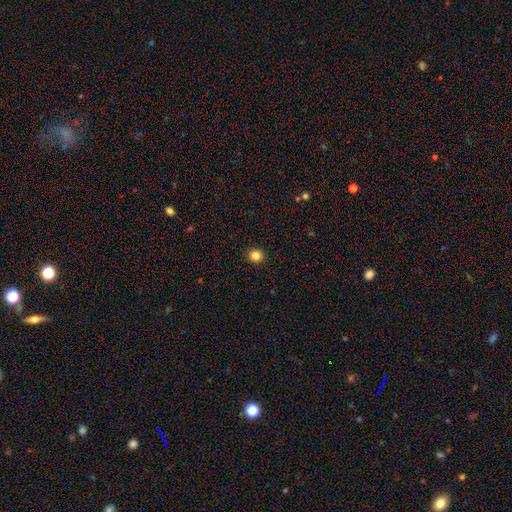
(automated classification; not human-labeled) Smooth or featured?
  - smooth: 83% *
  - star or artifact: 12%
  - featured or disk: 4%
How rounded?
  - round: 89% *
  - in between: 10%
  - cigar-shaped: 1%
Merging?
  - none: 93% *
  - minor disturbance: 5%
  - major disturbance: 2%
  - merger: 1%